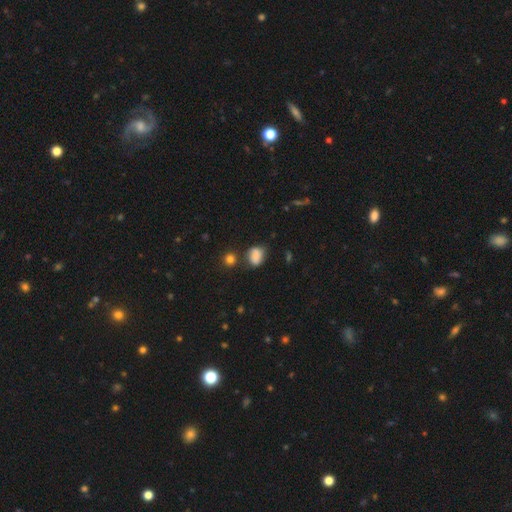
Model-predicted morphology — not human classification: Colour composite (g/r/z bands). It shows a smooth galaxy with no disk features (78%) that is in between round and cigar-shaped (64%). Merging: none (54%).